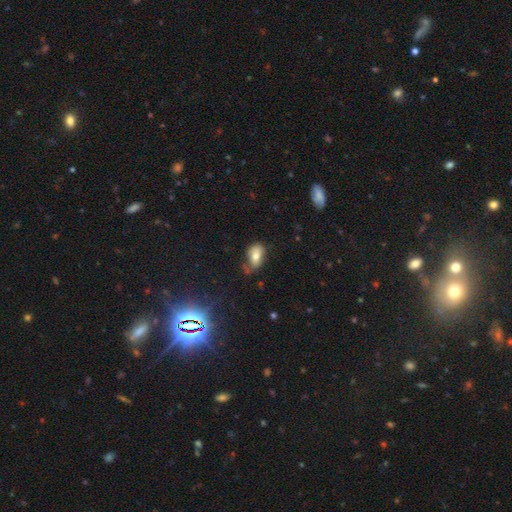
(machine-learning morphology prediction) Overall: smooth (72%). How rounded: in between (89%). Merging: none (52%; minor disturbance 31%).